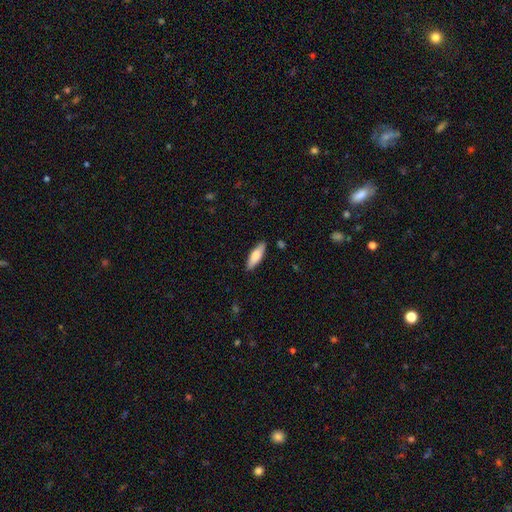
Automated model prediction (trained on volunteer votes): Smooth or featured? smooth (76%)
How rounded? in between (51%)
Merging? none (87%)